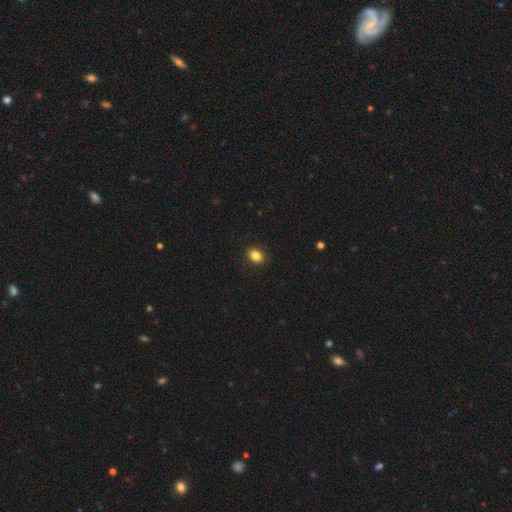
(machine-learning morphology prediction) Smooth or featured: smooth — 85% (star or artifact — 10%)
How rounded: in between — 63% (round — 36%)
Merging: none — 89% (minor disturbance — 8%)